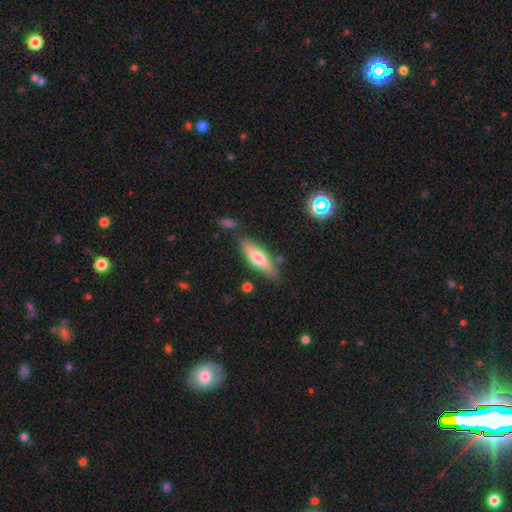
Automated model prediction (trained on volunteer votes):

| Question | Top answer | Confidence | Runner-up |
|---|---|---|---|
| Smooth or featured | smooth | 61% | featured or disk (32%) |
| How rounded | cigar-shaped | 50% | in between (48%) |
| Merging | none | 76% | minor disturbance (16%) |